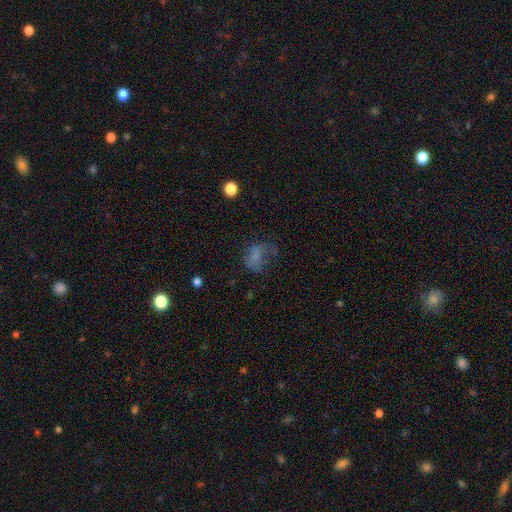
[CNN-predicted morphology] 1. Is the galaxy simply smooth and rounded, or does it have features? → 56% smooth, 26% featured or disk, 18% star or artifact.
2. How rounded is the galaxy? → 66% in between, 33% round, 2% cigar-shaped.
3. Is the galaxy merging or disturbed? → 41% major disturbance, 33% none, 22% minor disturbance, 3% merger.